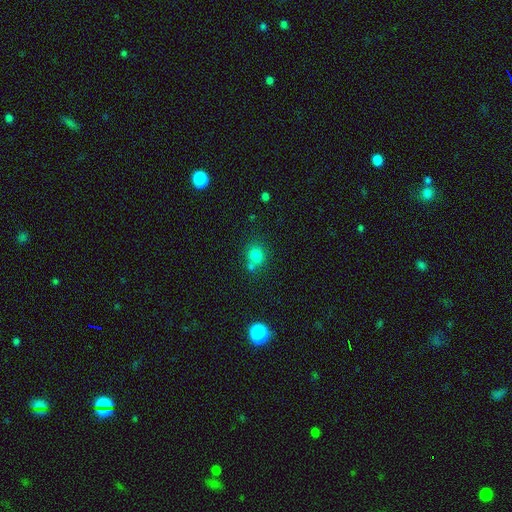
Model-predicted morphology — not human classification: type=smooth (79%); roundness=round (78%); merging=none (57%).